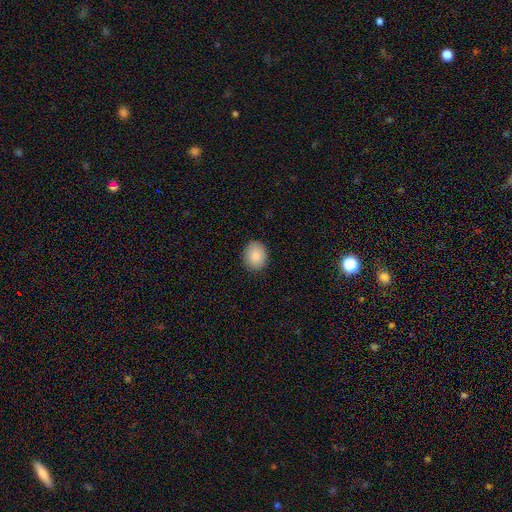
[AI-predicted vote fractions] Q: Smooth or featured?
A: smooth (88%); runner-up: star or artifact (8%)
Q: How rounded?
A: round (53%); runner-up: in between (46%)
Q: Merging?
A: none (88%); runner-up: minor disturbance (9%)